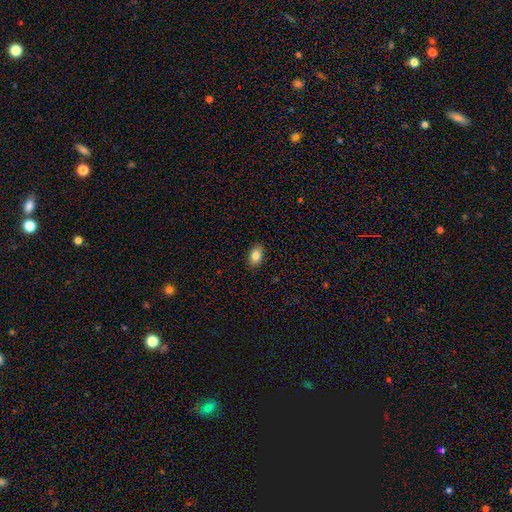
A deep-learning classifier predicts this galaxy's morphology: Smooth or featured?
  - smooth: 84% *
  - star or artifact: 9%
  - featured or disk: 7%
How rounded?
  - in between: 84% *
  - round: 14%
  - cigar-shaped: 1%
Merging?
  - none: 88% *
  - minor disturbance: 9%
  - major disturbance: 2%
  - merger: 1%